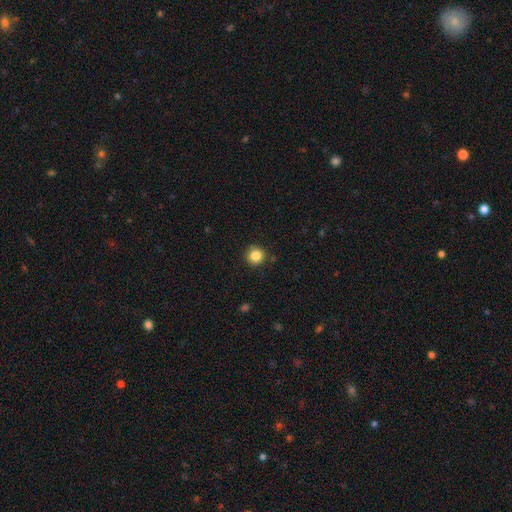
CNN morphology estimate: This is clearly a smooth galaxy (84%). How rounded: clearly round (94%). Merging: clearly none (89%).